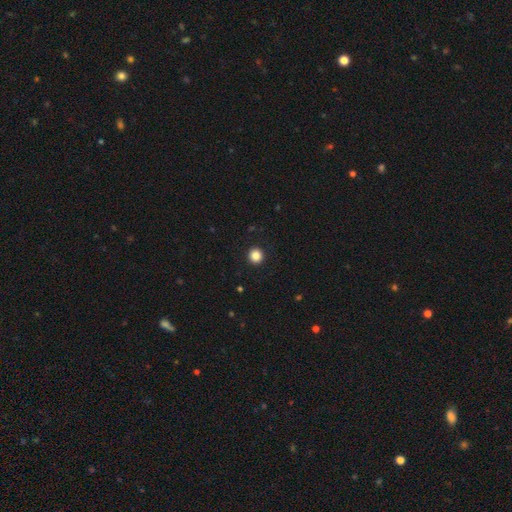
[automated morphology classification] The model was most divided on "smooth or featured": smooth: 86%, star or artifact: 11%, featured or disk: 4%. More confident: how rounded — round (95%); merging — none (93%).